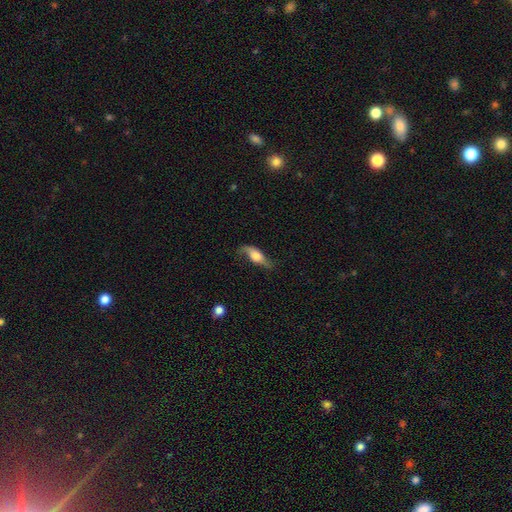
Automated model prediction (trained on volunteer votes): This is possibly a featured or disk galaxy (52%). It is possibly not viewed edge-on (54%). Merging: possibly none (58%).